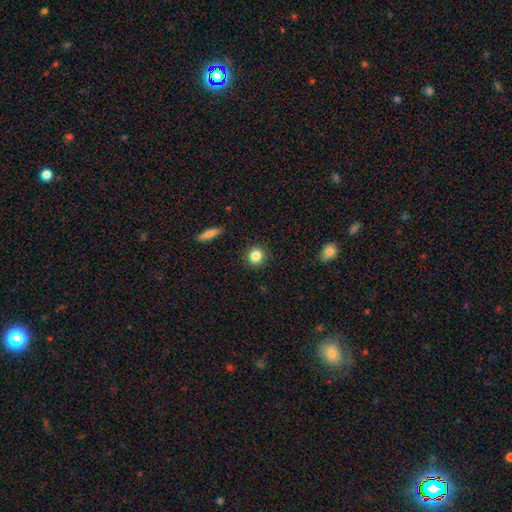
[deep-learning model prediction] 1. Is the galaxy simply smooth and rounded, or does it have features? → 85% smooth, 9% star or artifact, 5% featured or disk.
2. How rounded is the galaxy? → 85% round, 13% in between, 1% cigar-shaped.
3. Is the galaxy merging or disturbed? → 90% none, 6% minor disturbance, 2% major disturbance, 1% merger.